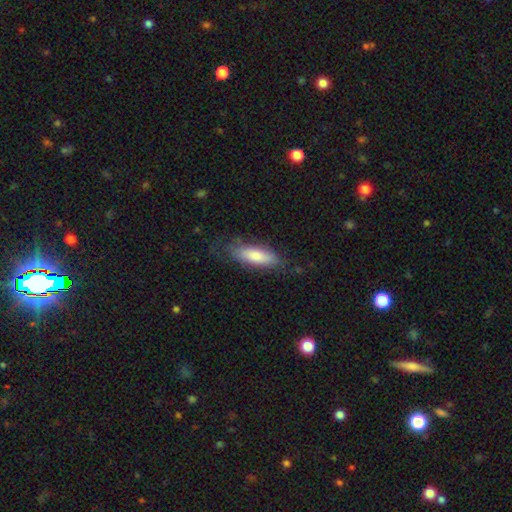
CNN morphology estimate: A smooth galaxy with no disk features (72%) that is in between round and cigar-shaped (54%). Merging: none (72%).